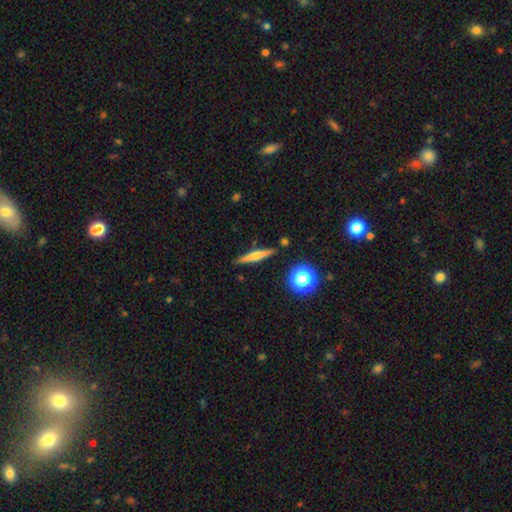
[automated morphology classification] Smooth or featured? Predicted: smooth (p=0.47). Merging? Predicted: none (p=0.88).